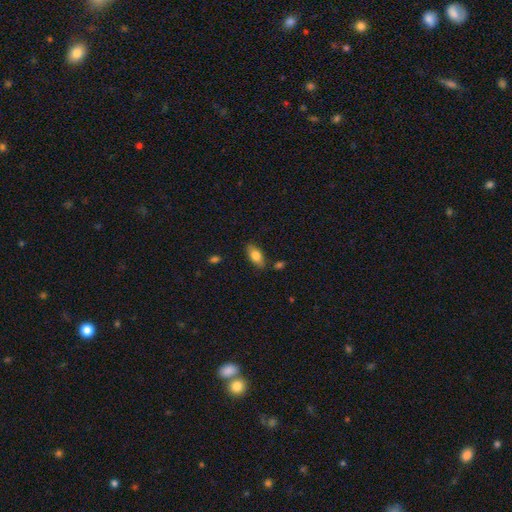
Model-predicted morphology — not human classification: smooth_or_featured: smooth (p=0.78) [alt: featured or disk p=0.15]
how_rounded: in between (p=0.90) [alt: cigar-shaped p=0.06]
merging: none (p=0.81) [alt: minor disturbance p=0.13]